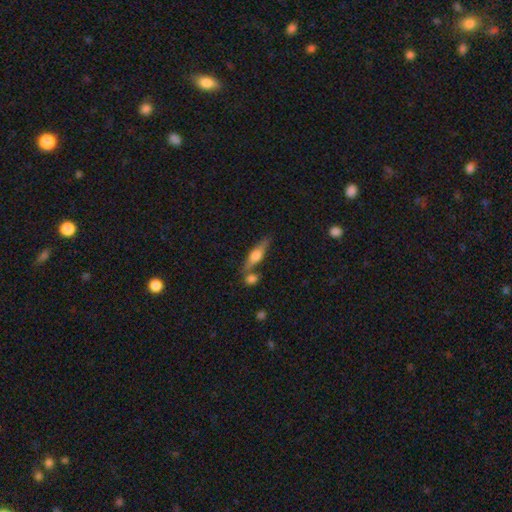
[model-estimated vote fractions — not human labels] This is possibly a featured or disk galaxy (56%). It is clearly viewed edge-on (93%). Edge-on bulge: clearly rounded (91%). Merging: likely none (65%).